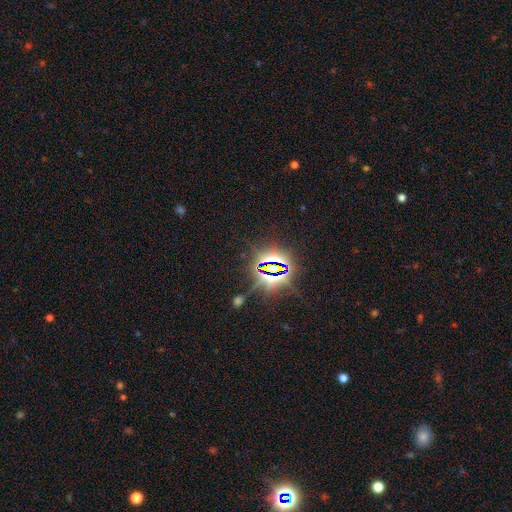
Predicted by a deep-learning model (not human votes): Morphology: type=star or artifact (83%).